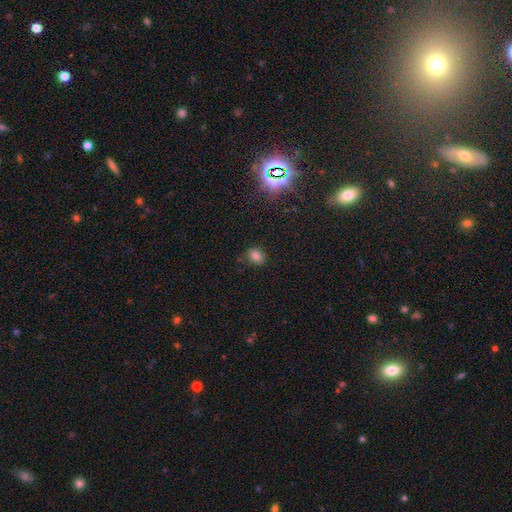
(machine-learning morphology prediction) smooth-or-featured: smooth: 78% | star or artifact: 16% | featured or disk: 5%
  how-rounded: in between: 55% | round: 43% | cigar-shaped: 1%
  merging: none: 80% | minor disturbance: 15% | major disturbance: 3% | merger: 2%